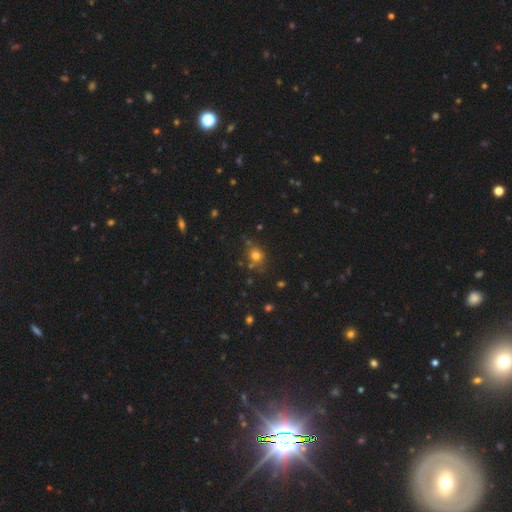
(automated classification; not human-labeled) The model was most divided on "smooth or featured": smooth: 72%, star or artifact: 19%, featured or disk: 8%. More confident: how rounded — round (77%); merging — none (69%).